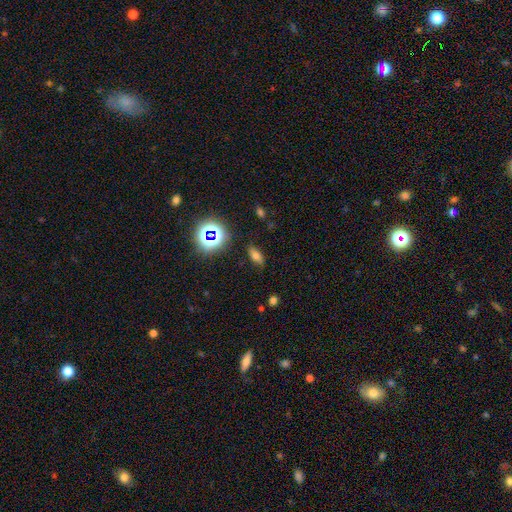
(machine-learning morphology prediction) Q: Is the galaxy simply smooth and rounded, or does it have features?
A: smooth — 63%.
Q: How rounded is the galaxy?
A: in between — 78%.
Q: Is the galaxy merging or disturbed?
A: none — 83%.